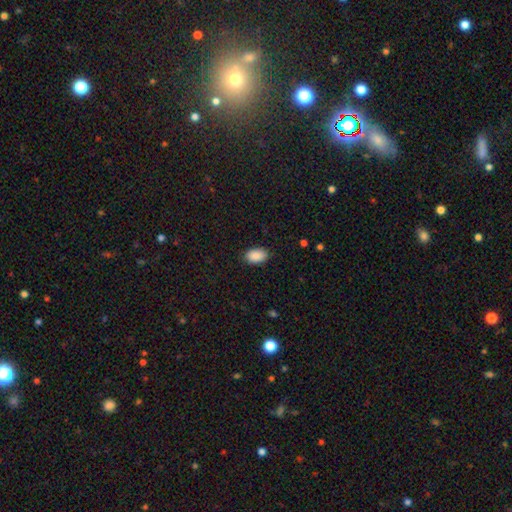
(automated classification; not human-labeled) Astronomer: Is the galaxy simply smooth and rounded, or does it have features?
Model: smooth — 90%.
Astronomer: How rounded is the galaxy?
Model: in between — 92%.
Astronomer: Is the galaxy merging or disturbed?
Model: none — 87%.